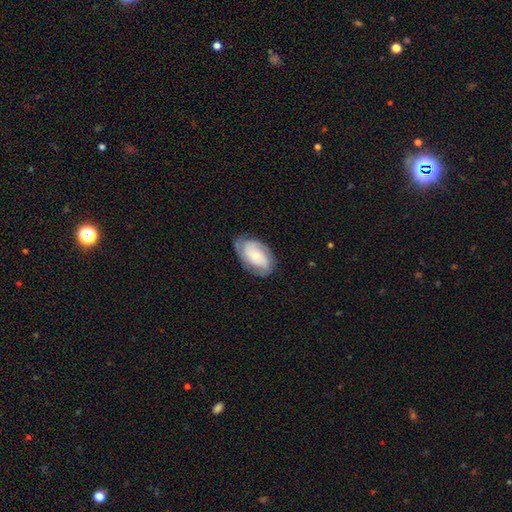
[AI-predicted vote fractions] Smooth or featured: featured or disk — 66% (smooth — 28%)
Edge-on disk: no — 96% (yes — 4%)
Bar: no — 73% (weak — 21%)
Spiral arms: yes — 89% (no — 11%)
Spiral winding: tight — 56% (medium — 33%)
Spiral arm count: 2 — 47% (can't tell — 27%)
Bulge size: small — 65% (moderate — 29%)
Merging: none — 71% (minor disturbance — 20%)